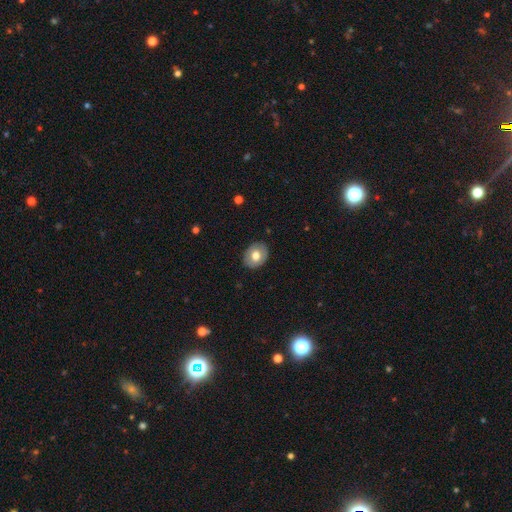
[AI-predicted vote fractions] A smooth galaxy with no disk features (67%) that is in between round and cigar-shaped (59%). Merging: none (86%).